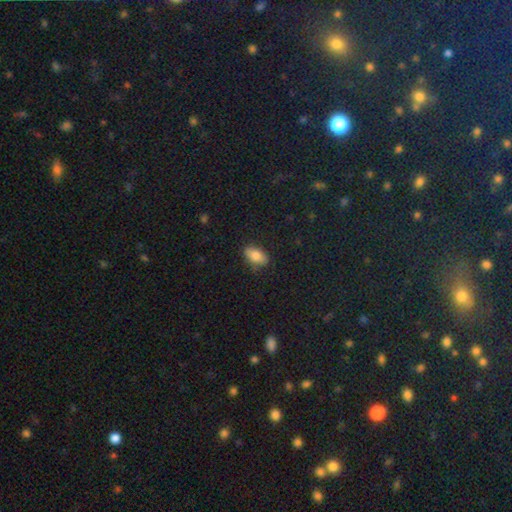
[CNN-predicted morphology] Q: Smooth or featured?
A: smooth (78%); runner-up: featured or disk (14%)
Q: How rounded?
A: in between (90%); runner-up: round (7%)
Q: Merging?
A: none (82%); runner-up: minor disturbance (14%)